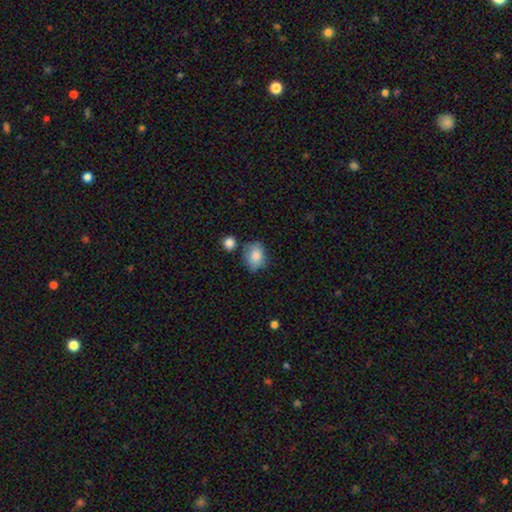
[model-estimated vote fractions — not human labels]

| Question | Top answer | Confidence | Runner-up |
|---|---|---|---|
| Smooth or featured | smooth | 83% | featured or disk (9%) |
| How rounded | in between | 63% | round (36%) |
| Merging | none | 63% | minor disturbance (23%) |